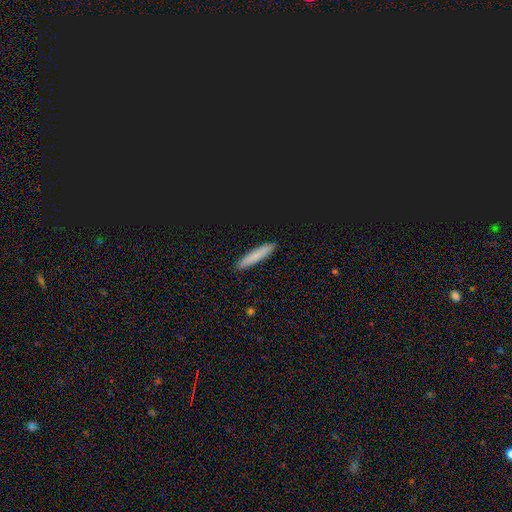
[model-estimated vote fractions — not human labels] Morphology: type=smooth (80%); roundness=cigar-shaped (91%); merging=none (92%).